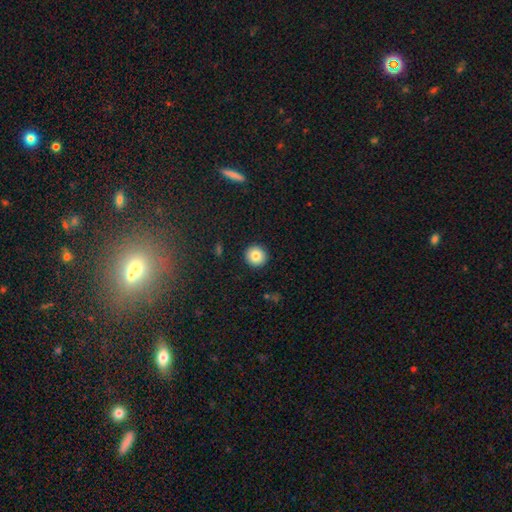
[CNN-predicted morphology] A smooth galaxy with no disk features (84%) that is round (95%).

Vote fractions:
- Smooth or featured? smooth: 84% / star or artifact: 9% / featured or disk: 6%
- How rounded? round: 95% / in between: 4% / cigar-shaped: 1%
- Merging? none: 93% / minor disturbance: 5% / major disturbance: 2% / merger: 1%